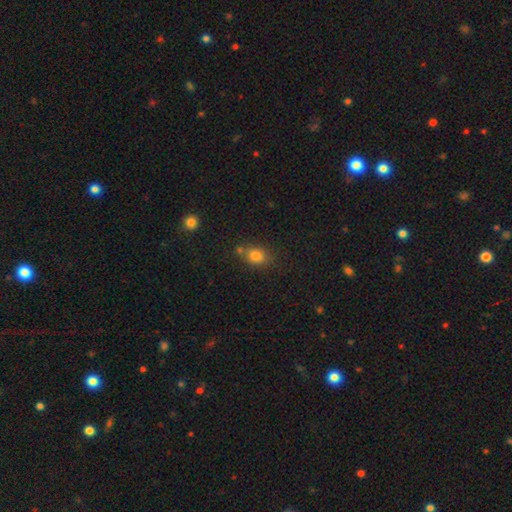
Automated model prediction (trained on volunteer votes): A smooth galaxy with no disk features (80%) that is in between round and cigar-shaped (56%). Merging: none (69%).